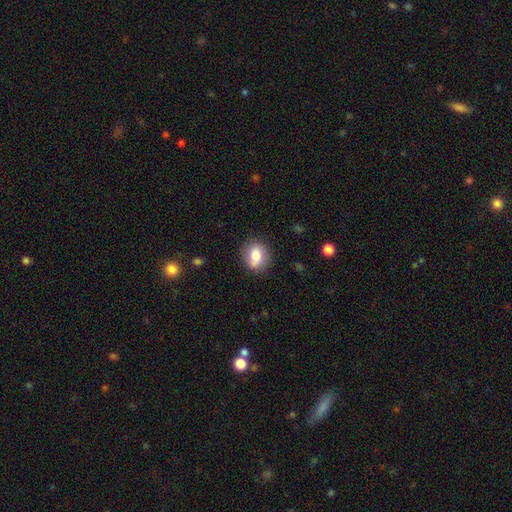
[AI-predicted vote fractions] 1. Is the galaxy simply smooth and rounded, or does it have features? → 76% smooth, 16% featured or disk, 8% star or artifact.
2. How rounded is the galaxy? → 57% round, 42% in between, 1% cigar-shaped.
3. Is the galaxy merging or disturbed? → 81% none, 14% minor disturbance, 4% major disturbance, 2% merger.